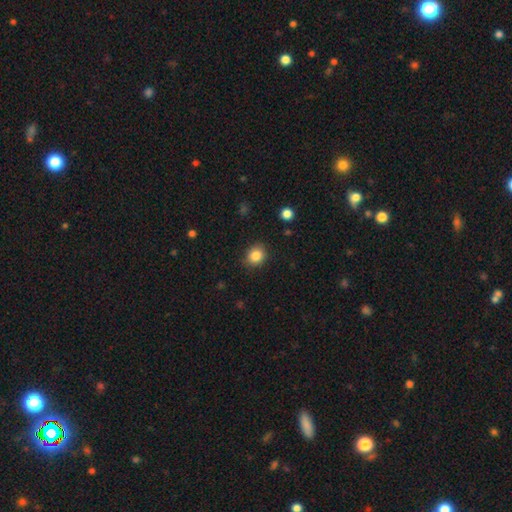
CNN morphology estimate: smooth 85%, star or artifact 10%, featured or disk 5%. Down the decision tree: how rounded — round (72%); merging — none (86%).